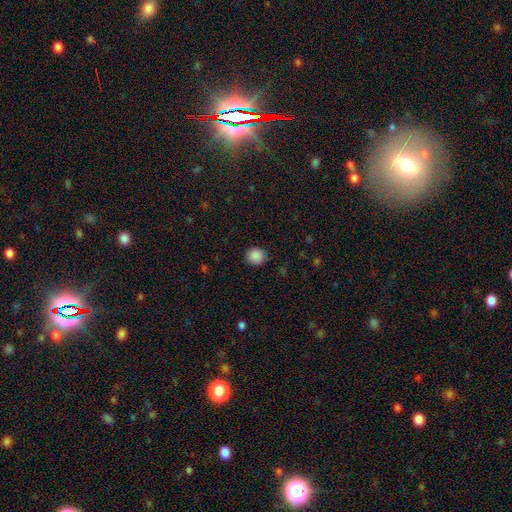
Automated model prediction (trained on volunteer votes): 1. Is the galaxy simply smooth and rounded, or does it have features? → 88% smooth, 9% star or artifact, 3% featured or disk.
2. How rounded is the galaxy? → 78% round, 21% in between, 1% cigar-shaped.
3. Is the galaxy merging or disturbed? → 84% none, 13% minor disturbance, 3% major disturbance, 1% merger.